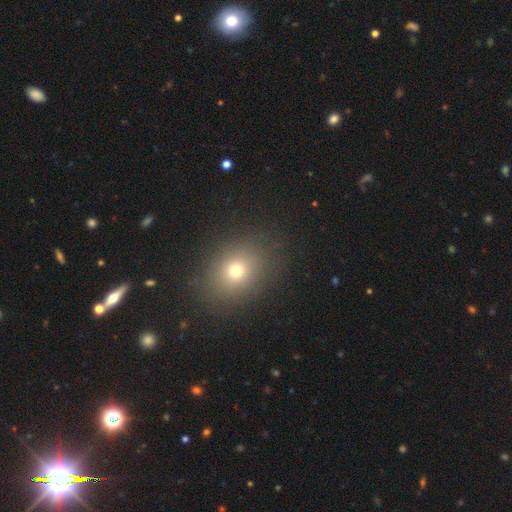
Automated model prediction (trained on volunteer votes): A smooth galaxy with no disk features (63%) that is round (56%). Merging: none (90%).